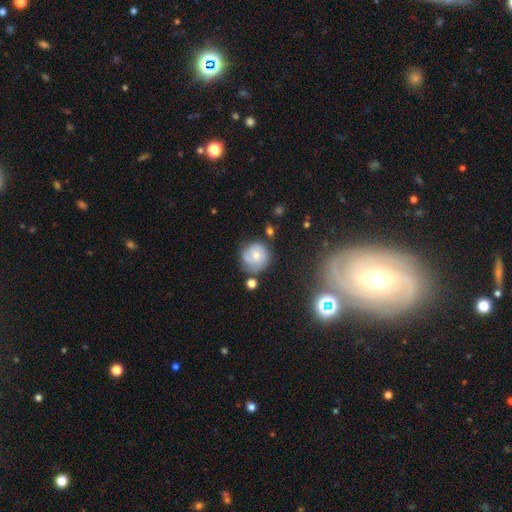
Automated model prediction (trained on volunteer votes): Morphology: type=smooth (46%); merging=none (63%).